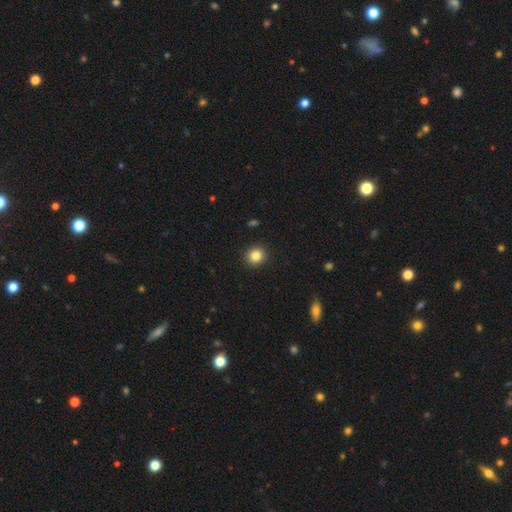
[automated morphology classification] This appears to be a smooth galaxy with no disk features (85%) that is round (81%). Merging: none (92%).